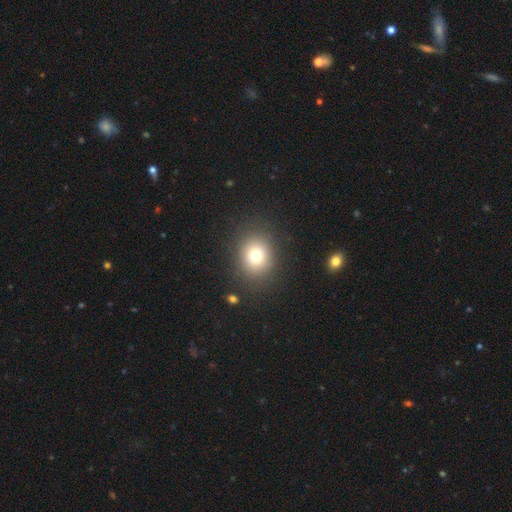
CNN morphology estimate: Smooth or featured?
  - smooth: 75% *
  - star or artifact: 14%
  - featured or disk: 11%
How rounded?
  - round: 69% *
  - in between: 30%
  - cigar-shaped: 1%
Merging?
  - none: 86% *
  - minor disturbance: 8%
  - major disturbance: 4%
  - merger: 2%